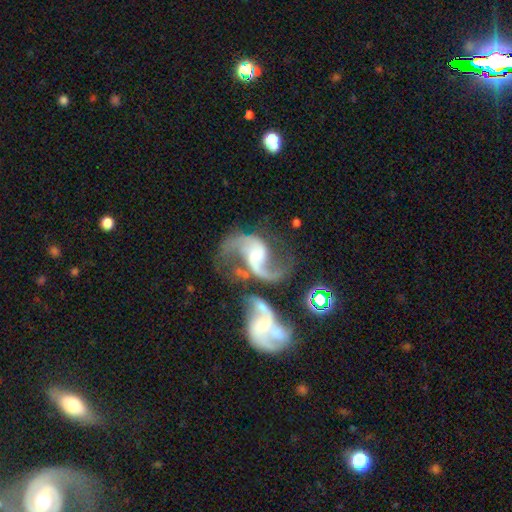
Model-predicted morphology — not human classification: featured or disk 89%, star or artifact 6%, smooth 5%. Down the decision tree: edge-on disk — no (98%); bar — weak (46%); spiral arms — yes (96%); spiral arm count — 2 (89%); spiral winding — loose (67%); bulge size — moderate (42%); merging — merger (42%).